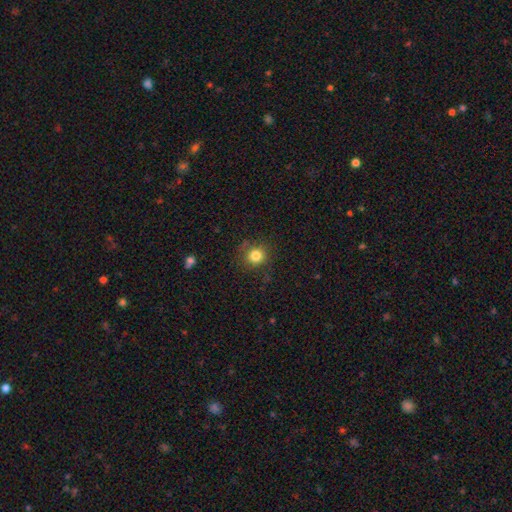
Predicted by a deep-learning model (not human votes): A smooth galaxy with no disk features (82%) that is round (90%). Merging: none (83%).